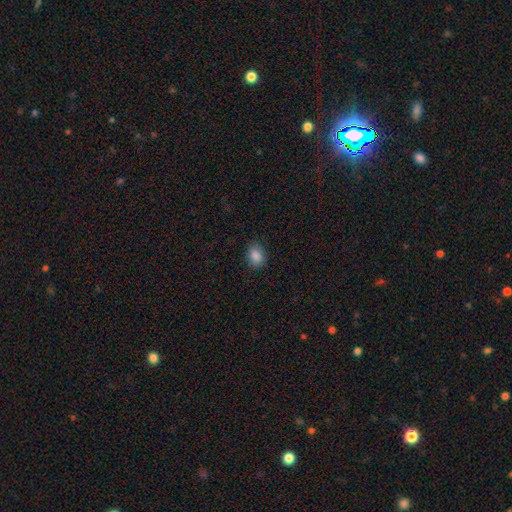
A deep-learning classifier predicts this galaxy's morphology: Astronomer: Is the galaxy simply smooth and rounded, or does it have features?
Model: smooth — 86%.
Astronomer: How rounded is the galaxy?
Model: in between — 68%.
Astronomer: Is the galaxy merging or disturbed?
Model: none — 85%.